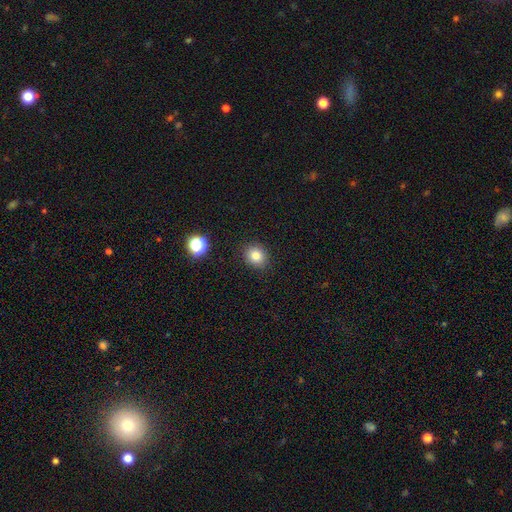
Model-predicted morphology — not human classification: Smooth or featured? Predicted: smooth (p=0.81). How rounded? Predicted: round (p=0.75). Merging? Predicted: none (p=0.88).